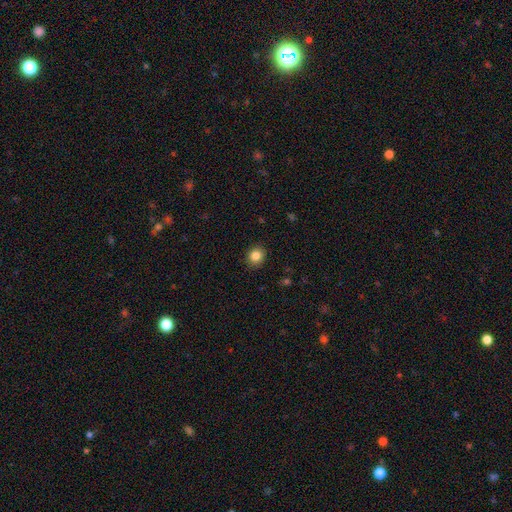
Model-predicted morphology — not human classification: The model was most divided on "how rounded": round: 81%, in between: 18%, cigar-shaped: 1%. More confident: merging — none (90%); smooth or featured — smooth (85%).